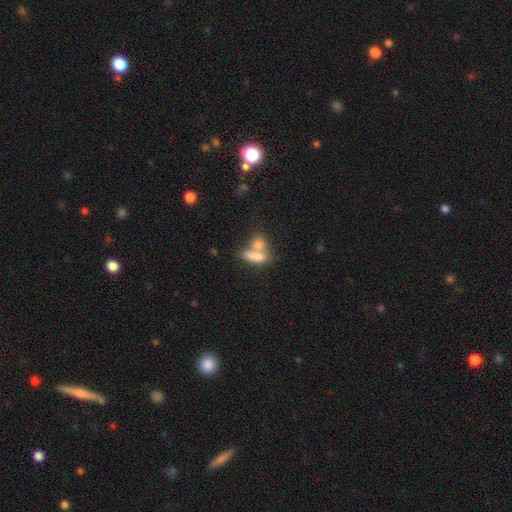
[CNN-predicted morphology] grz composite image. It shows a smooth galaxy with no disk features (76%) that is in between round and cigar-shaped (66%). Merging: merger (60%).